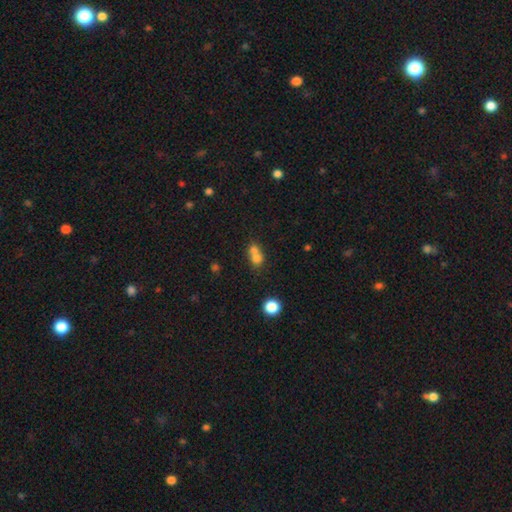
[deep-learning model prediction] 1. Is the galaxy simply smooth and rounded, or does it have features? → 71% smooth, 16% featured or disk, 14% star or artifact.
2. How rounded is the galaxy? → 72% round, 27% in between, 1% cigar-shaped.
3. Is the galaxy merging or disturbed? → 64% merger, 28% none, 6% minor disturbance, 3% major disturbance.